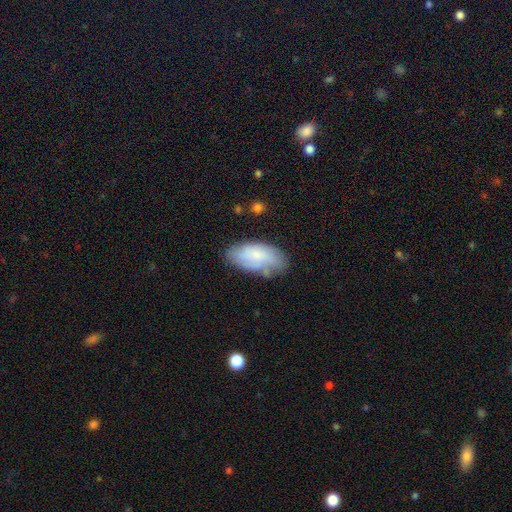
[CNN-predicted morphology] The model was most divided on "merging": none: 63%, minor disturbance: 25%, major disturbance: 7%, merger: 4%. More confident: how rounded — in between (93%); smooth or featured — smooth (67%).